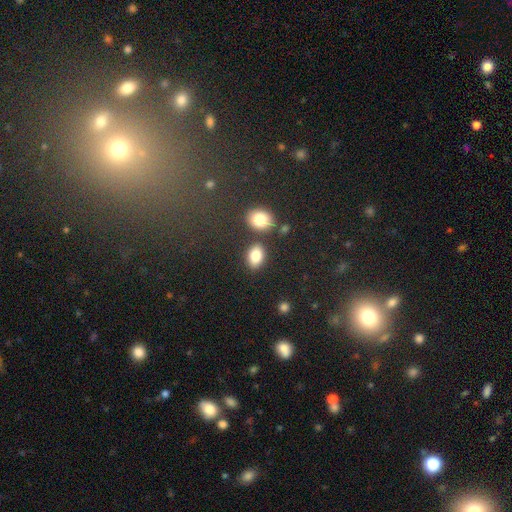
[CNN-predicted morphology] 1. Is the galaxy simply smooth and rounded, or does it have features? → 83% smooth, 9% star or artifact, 8% featured or disk.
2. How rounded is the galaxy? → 77% in between, 21% round, 2% cigar-shaped.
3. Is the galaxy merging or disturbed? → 75% none, 12% merger, 10% minor disturbance, 3% major disturbance.